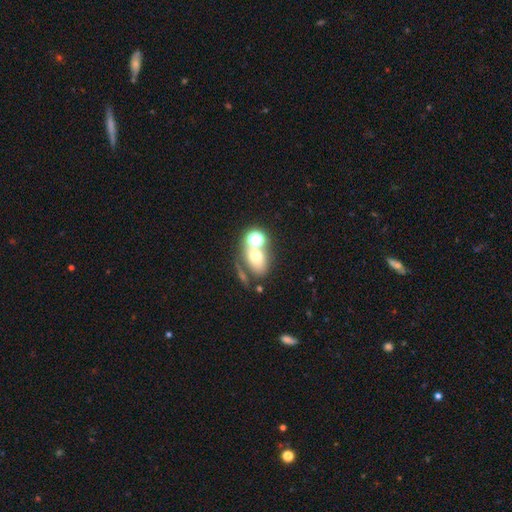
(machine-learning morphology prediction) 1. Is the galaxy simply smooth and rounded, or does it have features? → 59% smooth, 22% featured or disk, 19% star or artifact.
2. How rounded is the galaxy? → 60% in between, 38% round, 2% cigar-shaped.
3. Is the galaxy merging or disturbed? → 44% none, 36% merger, 11% minor disturbance, 8% major disturbance.